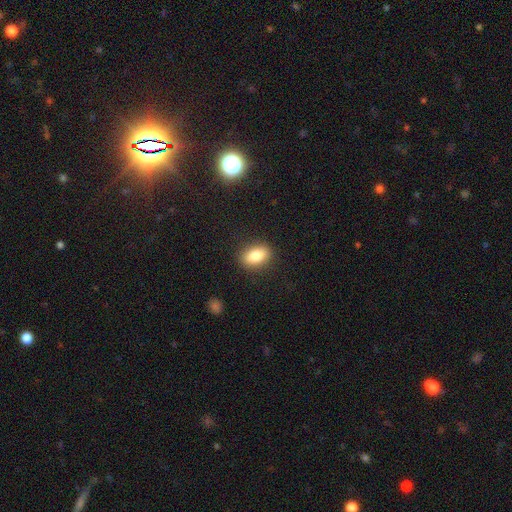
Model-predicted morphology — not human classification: Smooth or featured: smooth — 82% (featured or disk — 9%)
How rounded: in between — 84% (round — 12%)
Merging: none — 88% (minor disturbance — 9%)